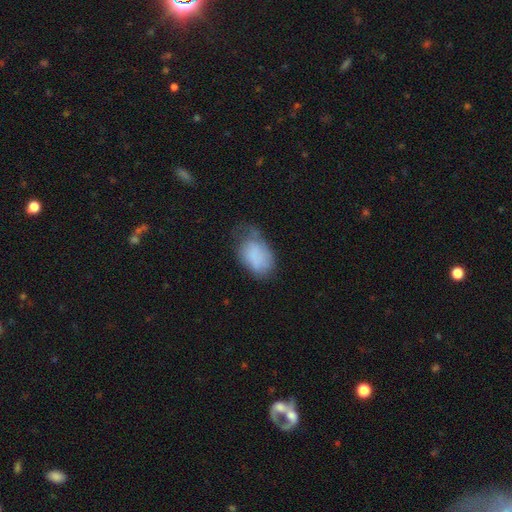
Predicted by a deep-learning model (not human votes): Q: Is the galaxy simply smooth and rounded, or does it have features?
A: smooth — 75%.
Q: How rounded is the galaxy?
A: in between — 87%.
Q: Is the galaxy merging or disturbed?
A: minor disturbance — 40%.